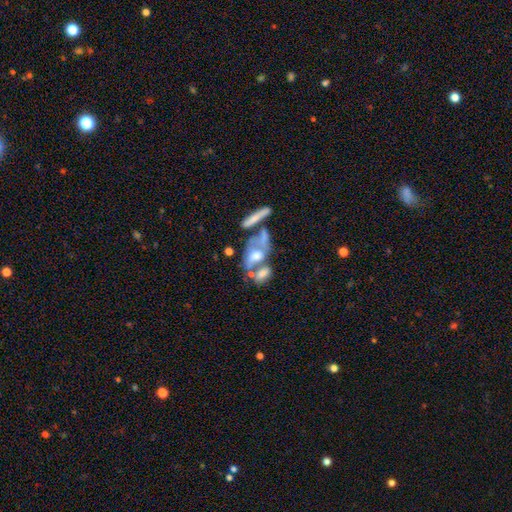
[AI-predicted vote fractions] This appears to be a featured or disk galaxy (49%). Merging: merger (51%).